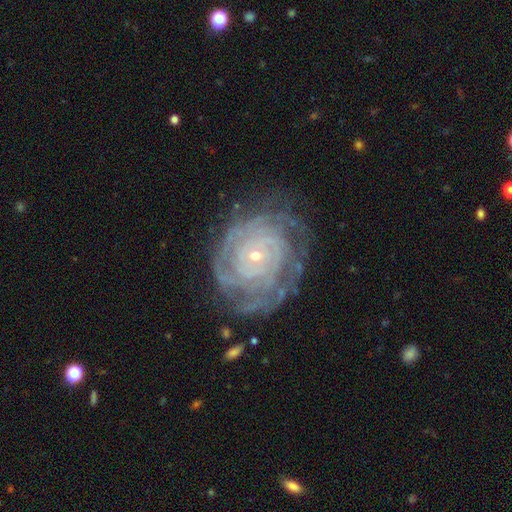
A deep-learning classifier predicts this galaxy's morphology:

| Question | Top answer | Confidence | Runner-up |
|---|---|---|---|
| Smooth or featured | featured or disk | 88% | star or artifact (6%) |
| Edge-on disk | no | 97% | yes (3%) |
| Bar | no | 78% | weak (16%) |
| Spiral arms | yes | 96% | no (4%) |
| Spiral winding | tight | 85% | medium (12%) |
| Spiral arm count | can't tell | 30% | 4 (19%) |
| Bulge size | small | 83% | moderate (14%) |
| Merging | none | 73% | minor disturbance (18%) |